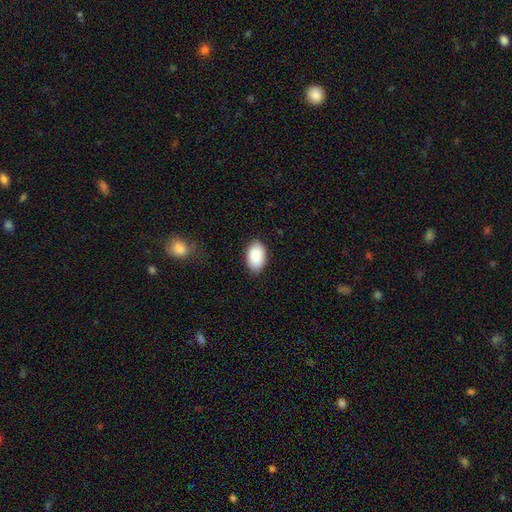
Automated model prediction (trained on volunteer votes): Smooth or featured?
  - smooth: 90% *
  - star or artifact: 6%
  - featured or disk: 4%
How rounded?
  - in between: 93% *
  - round: 6%
  - cigar-shaped: 1%
Merging?
  - none: 85% *
  - minor disturbance: 11%
  - major disturbance: 2%
  - merger: 1%